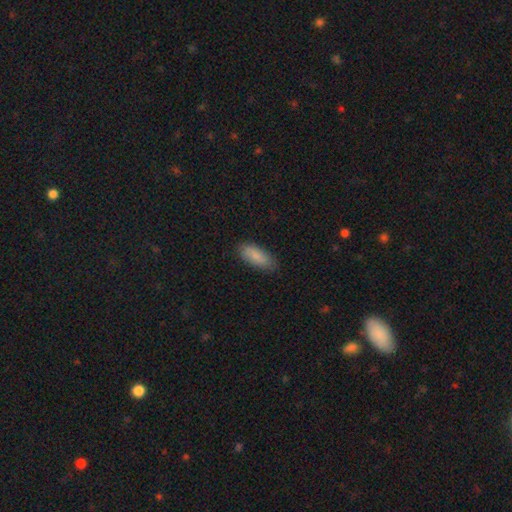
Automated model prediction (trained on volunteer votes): A smooth galaxy with no disk features (86%) that is in between round and cigar-shaped (80%). Merging: none (82%).